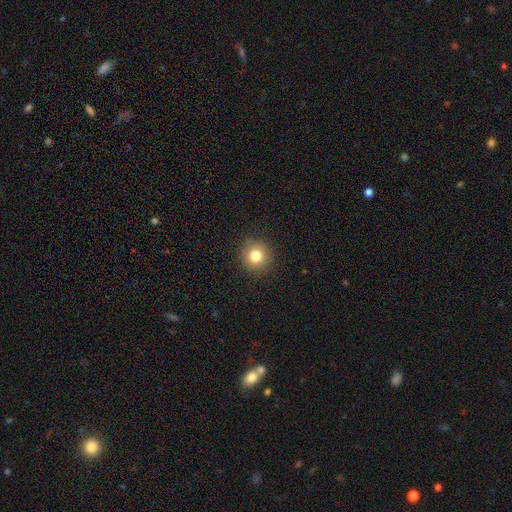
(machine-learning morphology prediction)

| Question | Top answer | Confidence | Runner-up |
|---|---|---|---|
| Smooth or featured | smooth | 81% | star or artifact (11%) |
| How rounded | round | 92% | in between (8%) |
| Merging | none | 91% | minor disturbance (6%) |